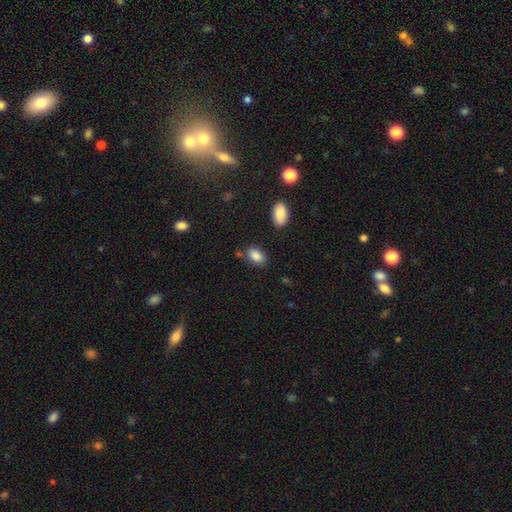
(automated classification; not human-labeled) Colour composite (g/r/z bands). It shows a smooth galaxy with no disk features (87%) that is in between round and cigar-shaped (90%). Merging: none (79%).